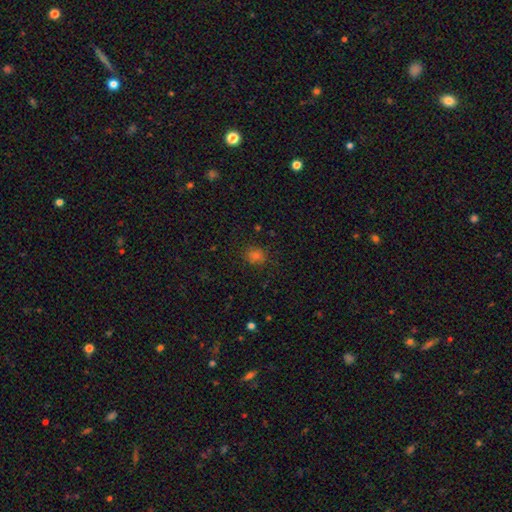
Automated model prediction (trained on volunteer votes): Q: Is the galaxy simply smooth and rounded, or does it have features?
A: smooth — 68%.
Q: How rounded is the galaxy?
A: round — 76%.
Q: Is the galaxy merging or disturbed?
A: none — 84%.